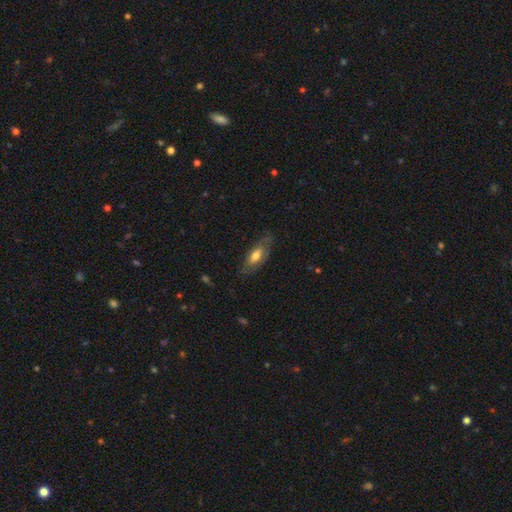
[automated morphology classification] Smooth or featured? Predicted: smooth (p=0.54). How rounded? Predicted: in between (p=0.78). Merging? Predicted: none (p=0.72).